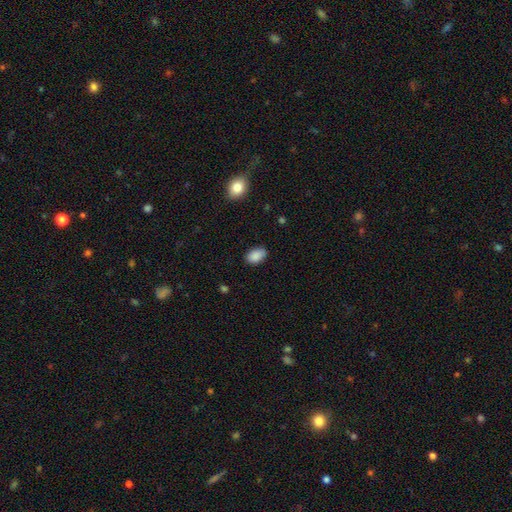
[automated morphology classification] smooth-or-featured: smooth: 88% | star or artifact: 8% | featured or disk: 4%
  how-rounded: in between: 89% | round: 9% | cigar-shaped: 1%
  merging: none: 79% | minor disturbance: 17% | major disturbance: 3% | merger: 1%